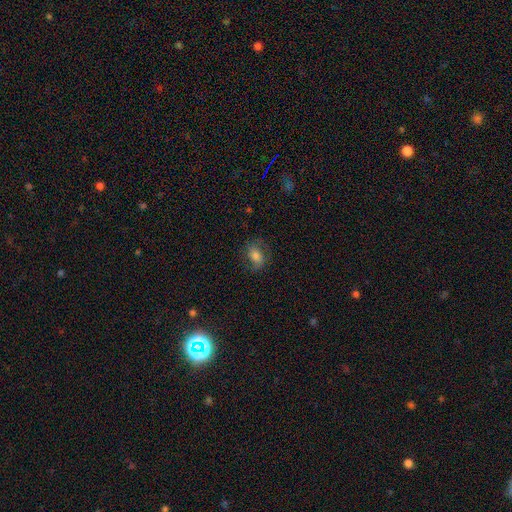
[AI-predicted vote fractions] This appears to be a smooth galaxy with no disk features (63%) that is in between round and cigar-shaped (76%). Merging: none (69%).